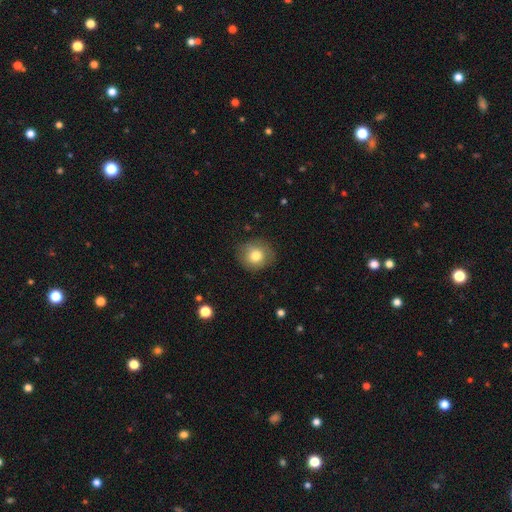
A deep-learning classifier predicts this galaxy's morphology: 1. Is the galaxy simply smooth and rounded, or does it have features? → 78% smooth, 13% featured or disk, 9% star or artifact.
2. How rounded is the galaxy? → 83% round, 16% in between, 1% cigar-shaped.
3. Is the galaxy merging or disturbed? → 81% none, 14% minor disturbance, 4% major disturbance, 1% merger.